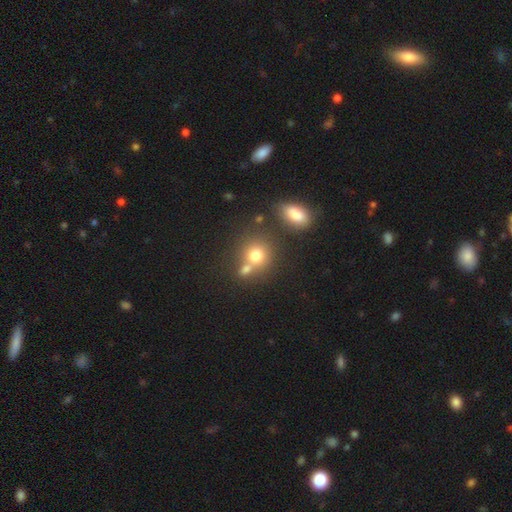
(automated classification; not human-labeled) Smooth or featured? Predicted: smooth (p=0.76). How rounded? Predicted: round (p=0.78). Merging? Predicted: none (p=0.49).